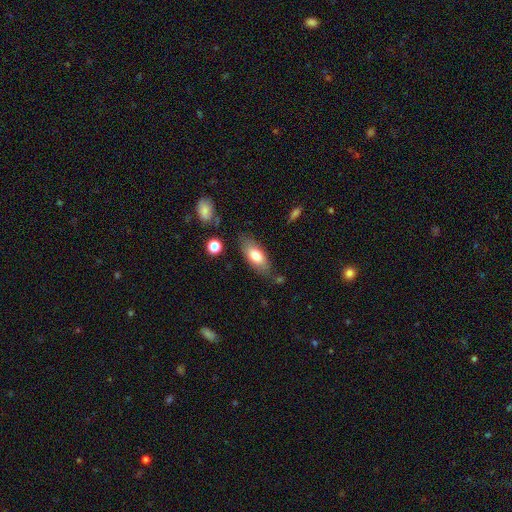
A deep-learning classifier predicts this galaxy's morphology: A smooth galaxy with no disk features (76%) that is in between round and cigar-shaped (84%).

Vote fractions:
- Smooth or featured? smooth: 76% / featured or disk: 18% / star or artifact: 6%
- How rounded? in between: 84% / cigar-shaped: 13% / round: 2%
- Merging? none: 74% / minor disturbance: 18% / major disturbance: 4% / merger: 4%